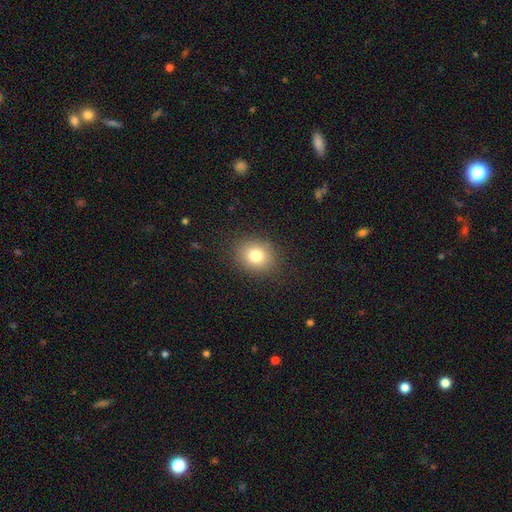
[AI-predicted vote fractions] Smooth or featured? smooth (80%)
How rounded? round (65%)
Merging? none (88%)